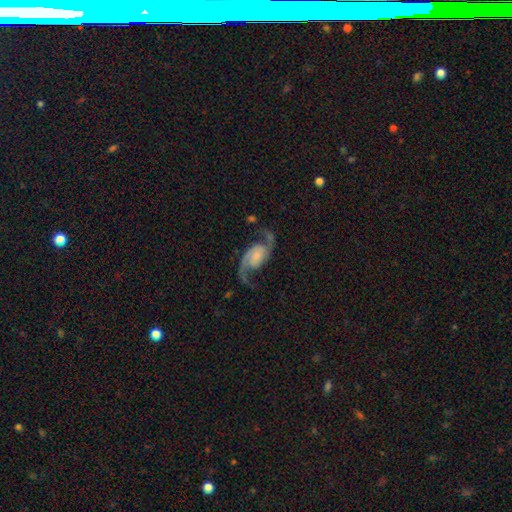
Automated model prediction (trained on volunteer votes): Overall: featured or disk (90%). Edge-on disk: no (98%). Bar: no (58%; weak 31%). Spiral arms: yes (98%). Spiral arm count: 2 (94%). Spiral winding: loose (58%; medium 34%). Bulge size: small (38%; none 28%). Merging: none (71%).